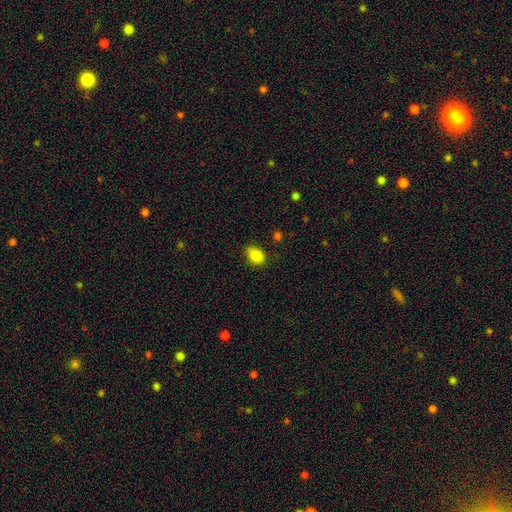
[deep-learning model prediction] A smooth galaxy with no disk features (86%) that is in between round and cigar-shaped (70%). Merging: none (80%).